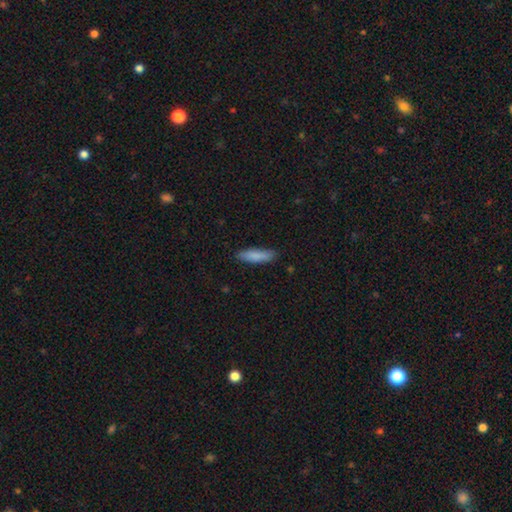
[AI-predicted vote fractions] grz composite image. It shows a smooth galaxy with no disk features (85%) that is cigar-shaped (67%). Merging: none (84%).